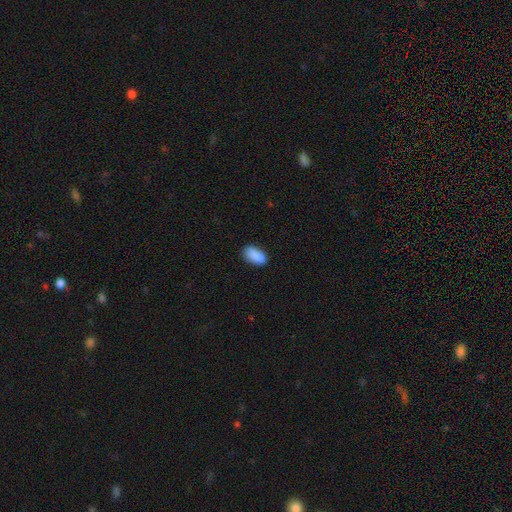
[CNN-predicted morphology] A smooth galaxy with no disk features (85%) that is in between round and cigar-shaped (91%). Merging: none (73%).